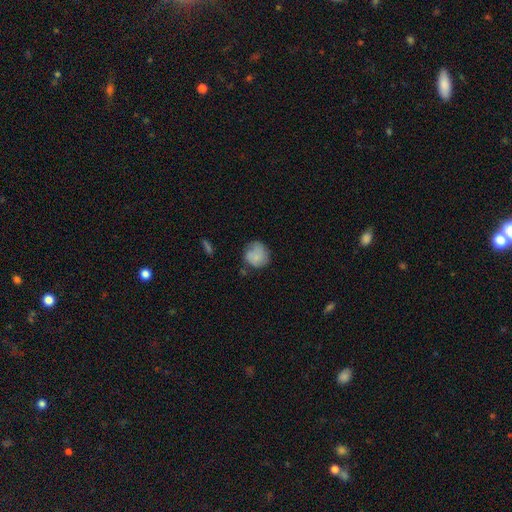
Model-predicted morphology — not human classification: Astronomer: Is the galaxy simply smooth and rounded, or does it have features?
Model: smooth — 76%.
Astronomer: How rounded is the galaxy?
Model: round — 84%.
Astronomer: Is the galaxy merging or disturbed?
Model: none — 54% (runner-up: minor disturbance, 31%).